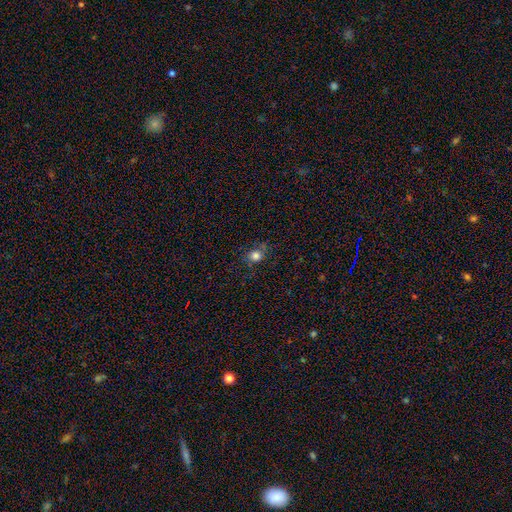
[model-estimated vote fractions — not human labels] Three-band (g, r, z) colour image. It shows a smooth galaxy with no disk features (79%) that is round (72%). Merging: none (72%).